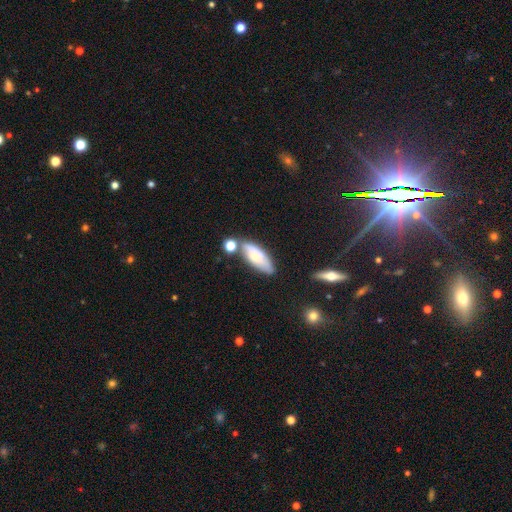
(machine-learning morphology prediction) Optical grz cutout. It shows a smooth galaxy with no disk features (65%) that is in between round and cigar-shaped (70%). Merging: none (57%).